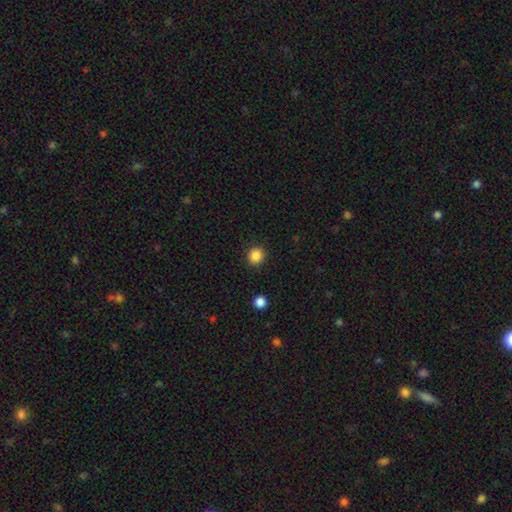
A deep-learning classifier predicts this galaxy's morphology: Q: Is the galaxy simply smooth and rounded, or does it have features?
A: smooth — 86%.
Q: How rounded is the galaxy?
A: round — 90%.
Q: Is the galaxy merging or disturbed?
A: none — 91%.